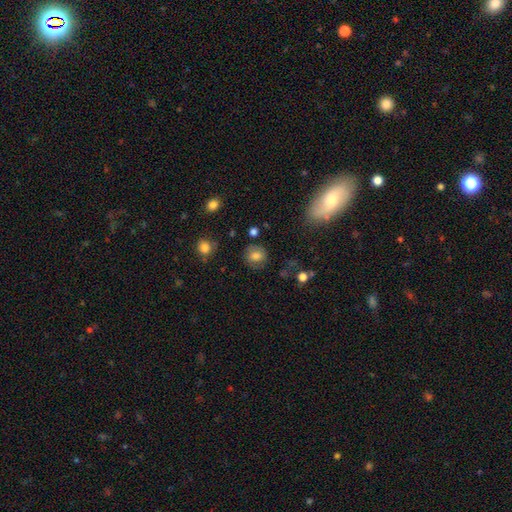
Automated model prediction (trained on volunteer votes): The model was most divided on "smooth or featured": smooth: 71%, featured or disk: 18%, star or artifact: 11%. More confident: how rounded — round (77%); merging — none (76%).